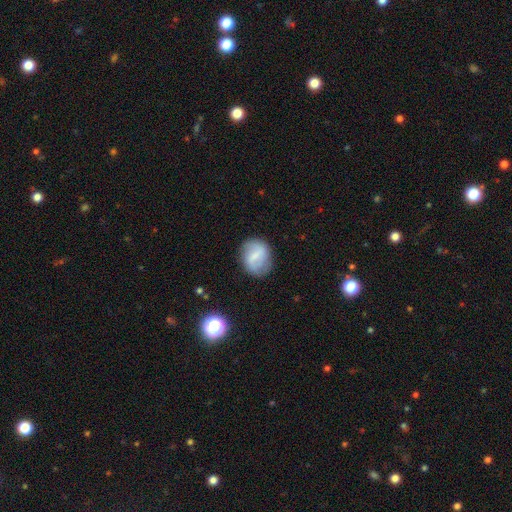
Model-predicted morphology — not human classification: type=smooth (49%); merging=none (77%).